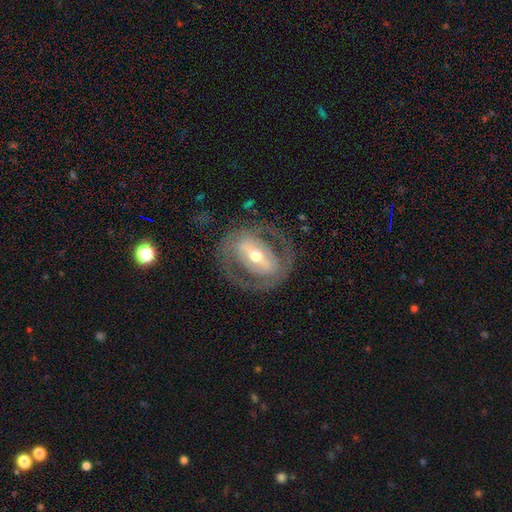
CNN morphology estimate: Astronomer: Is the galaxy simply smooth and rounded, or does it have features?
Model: featured or disk — 77%.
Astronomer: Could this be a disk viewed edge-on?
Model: no — 93%.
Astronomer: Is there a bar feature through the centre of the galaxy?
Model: strong — 52%.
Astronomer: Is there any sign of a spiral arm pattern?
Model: no — 52% (runner-up: yes, 48%).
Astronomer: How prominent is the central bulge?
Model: moderate — 61%.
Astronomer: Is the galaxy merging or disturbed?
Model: none — 74%.